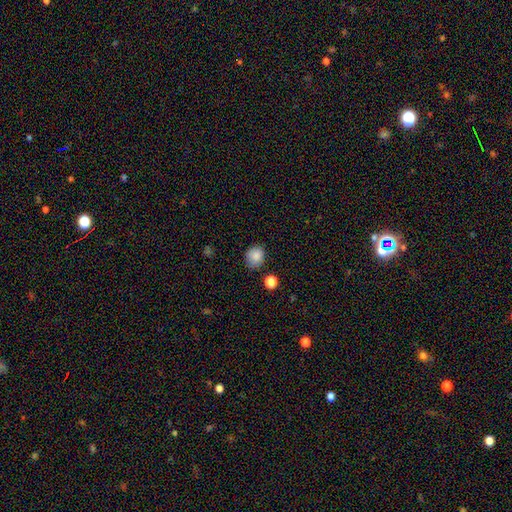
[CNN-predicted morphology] smooth-or-featured: smooth: 86% | star or artifact: 9% | featured or disk: 4%
  how-rounded: round: 71% | in between: 28% | cigar-shaped: 1%
  merging: none: 77% | minor disturbance: 16% | major disturbance: 4% | merger: 3%